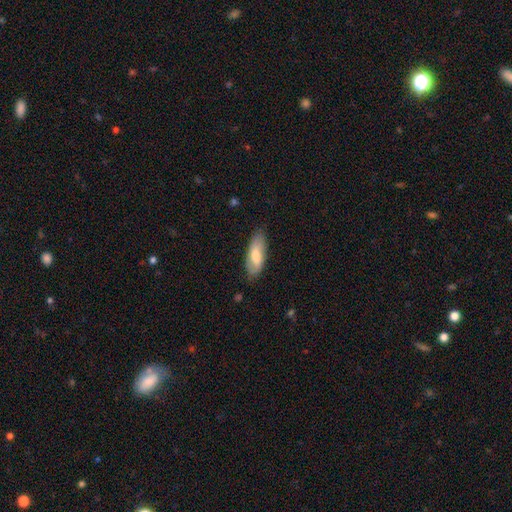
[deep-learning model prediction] This is likely a smooth galaxy (69%). How rounded: likely in between (77%). Merging: likely none (77%).